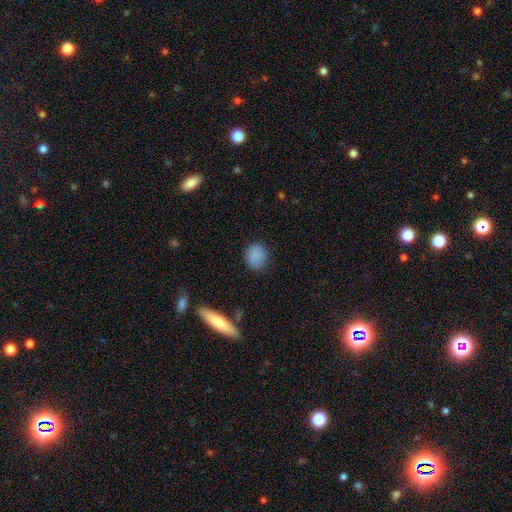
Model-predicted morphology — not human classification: The model was most divided on "how rounded": round: 57%, in between: 41%, cigar-shaped: 1%. More confident: smooth or featured — smooth (85%); merging — none (82%).